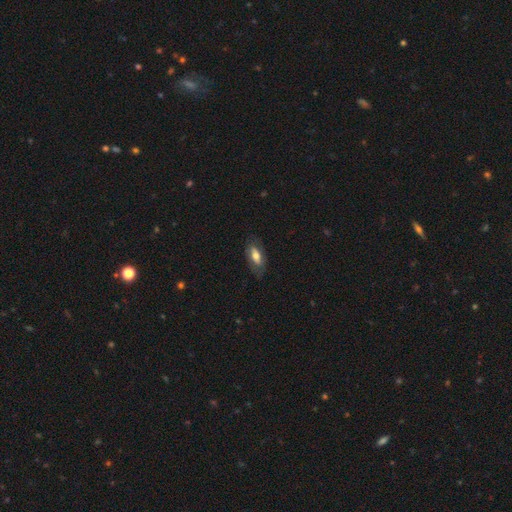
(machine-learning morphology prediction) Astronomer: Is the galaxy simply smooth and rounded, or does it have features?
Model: smooth — 56% (runner-up: featured or disk, 38%).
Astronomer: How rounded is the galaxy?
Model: in between — 85%.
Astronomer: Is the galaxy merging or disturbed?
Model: none — 73%.